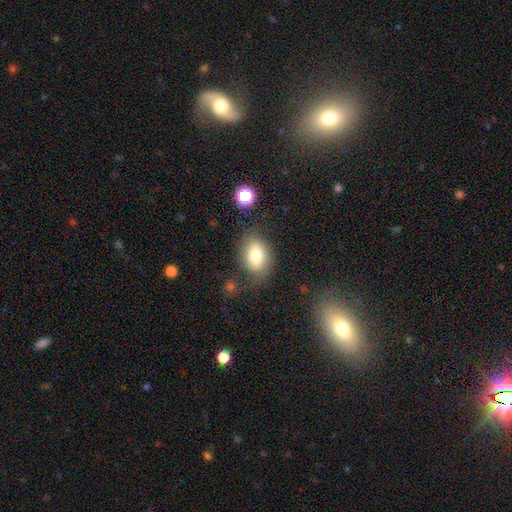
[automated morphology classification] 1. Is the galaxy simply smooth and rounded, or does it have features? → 75% smooth, 16% featured or disk, 9% star or artifact.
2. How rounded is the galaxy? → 79% in between, 19% round, 2% cigar-shaped.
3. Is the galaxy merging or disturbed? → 70% none, 18% minor disturbance, 7% major disturbance, 4% merger.